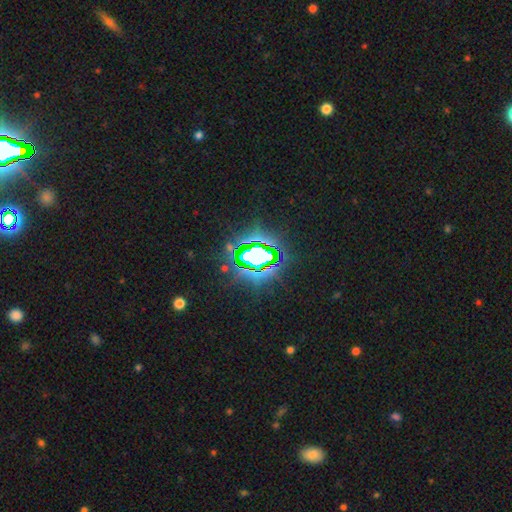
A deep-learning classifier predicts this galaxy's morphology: Smooth or featured?
  - star or artifact: 75% *
  - smooth: 13%
  - featured or disk: 12%